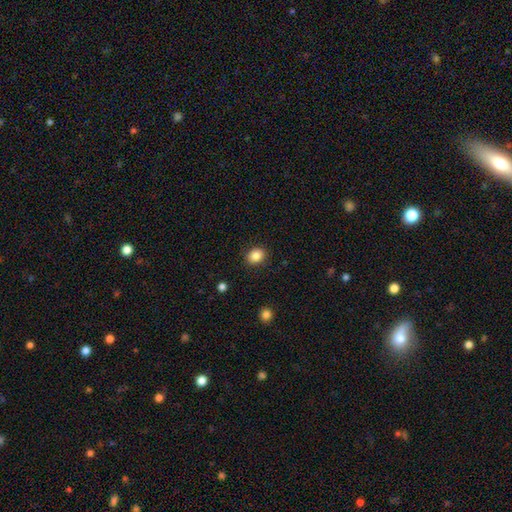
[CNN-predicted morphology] smooth 86%, star or artifact 9%, featured or disk 4%. Down the decision tree: how rounded — round (59%); merging — none (88%).